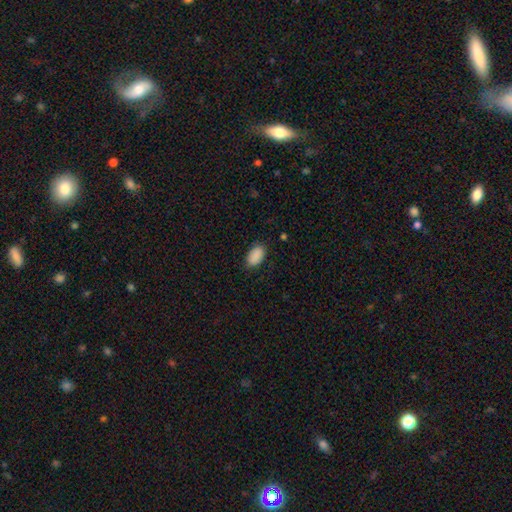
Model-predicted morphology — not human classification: This appears to be a smooth galaxy with no disk features (91%) that is in between round and cigar-shaped (93%). Merging: none (85%).